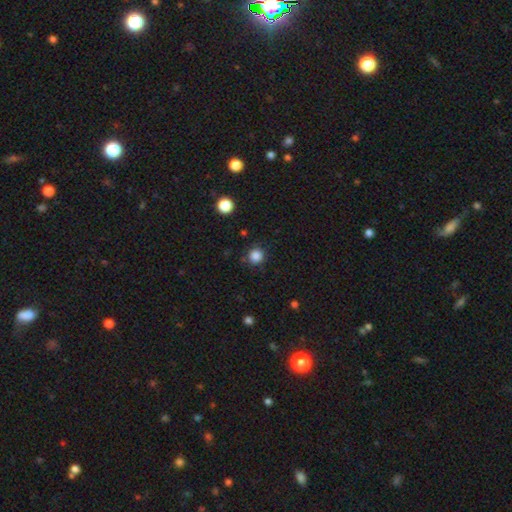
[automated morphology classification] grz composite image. It shows a smooth galaxy with no disk features (85%) that is round (94%). Merging: none (88%).